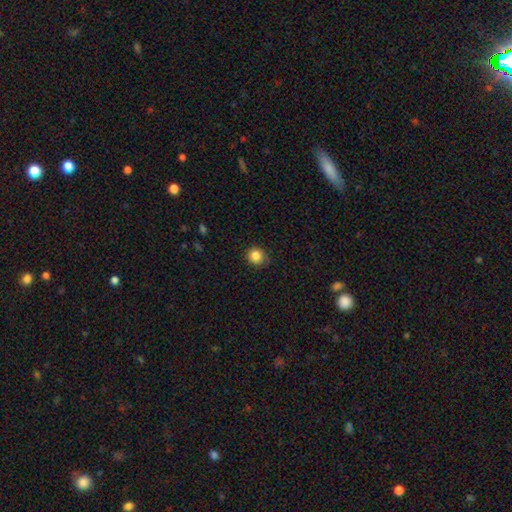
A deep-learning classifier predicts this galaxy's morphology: Q: Smooth or featured?
A: smooth (85%); runner-up: star or artifact (11%)
Q: How rounded?
A: round (89%); runner-up: in between (10%)
Q: Merging?
A: none (84%); runner-up: minor disturbance (13%)